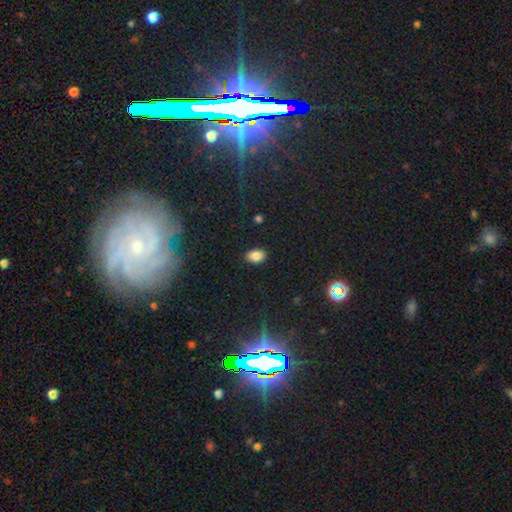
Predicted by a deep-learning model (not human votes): Smooth or featured? Predicted: smooth (p=0.85). How rounded? Predicted: in between (p=0.81). Merging? Predicted: none (p=0.88).